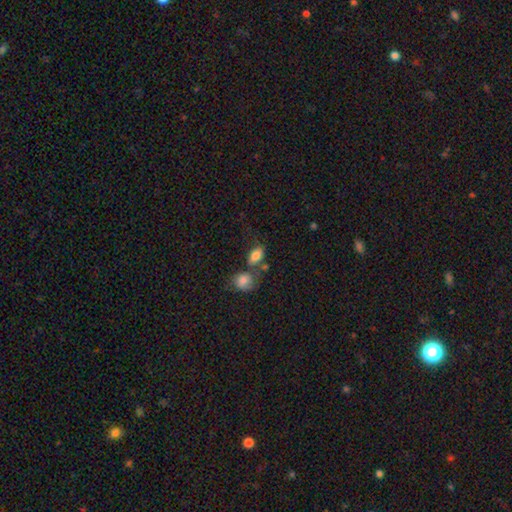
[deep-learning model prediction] Q: Smooth or featured?
A: smooth (82%); runner-up: featured or disk (9%)
Q: How rounded?
A: in between (86%); runner-up: round (11%)
Q: Merging?
A: none (50%); runner-up: merger (28%)